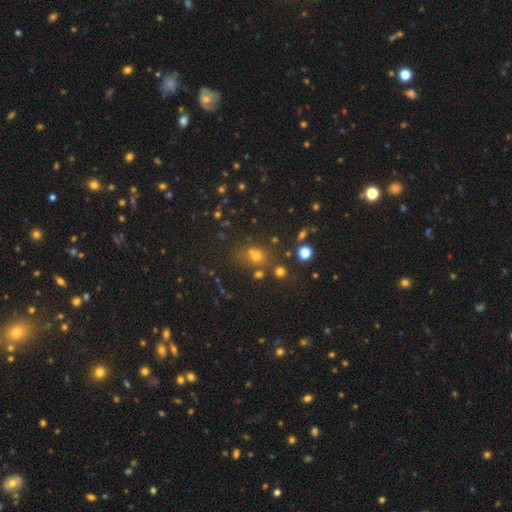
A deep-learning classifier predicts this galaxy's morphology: smooth-or-featured: smooth: 55% | star or artifact: 35% | featured or disk: 10%
  how-rounded: round: 69% | in between: 29% | cigar-shaped: 2%
  merging: none: 61% | merger: 21% | minor disturbance: 12% | major disturbance: 6%